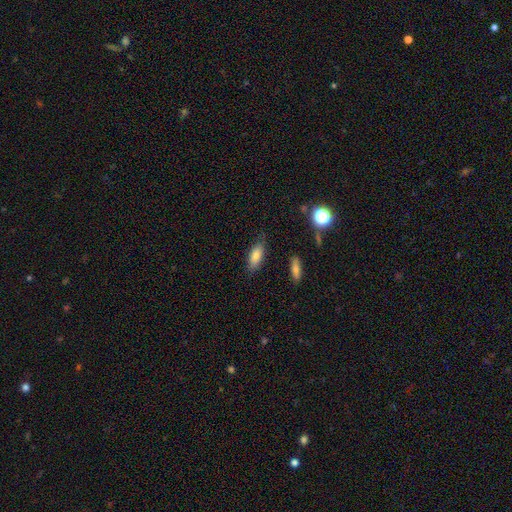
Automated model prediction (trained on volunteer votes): This appears to be a smooth galaxy with no disk features (83%) that is in between round and cigar-shaped (77%). Merging: none (77%).